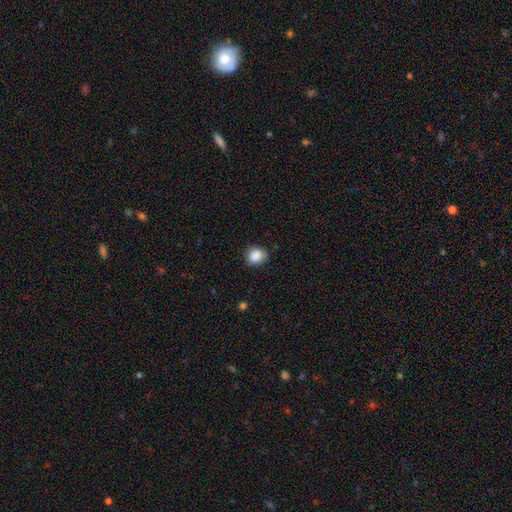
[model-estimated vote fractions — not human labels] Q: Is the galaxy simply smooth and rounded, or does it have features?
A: smooth — 88%.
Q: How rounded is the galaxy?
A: round — 69%.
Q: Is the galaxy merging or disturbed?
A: none — 81%.